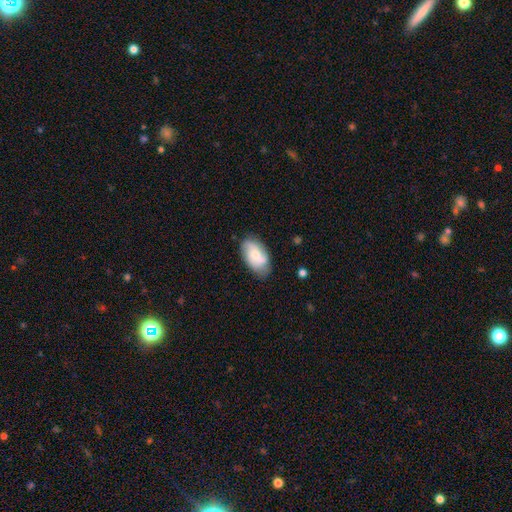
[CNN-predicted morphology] The model was most divided on "smooth or featured": smooth: 50%, featured or disk: 44%, star or artifact: 7%. More confident: merging — none (70%).